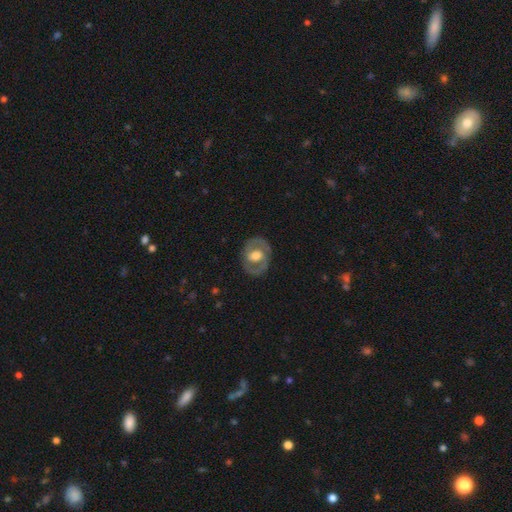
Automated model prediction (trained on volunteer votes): The model was most divided on "bulge size": moderate: 53%, large: 37%, small: 6%, dominant: 2%, none: 2%. More confident: edge-on disk — no (95%); merging — none (79%); smooth or featured — featured or disk (61%); spiral arms — no (58%); bar — no (56%).